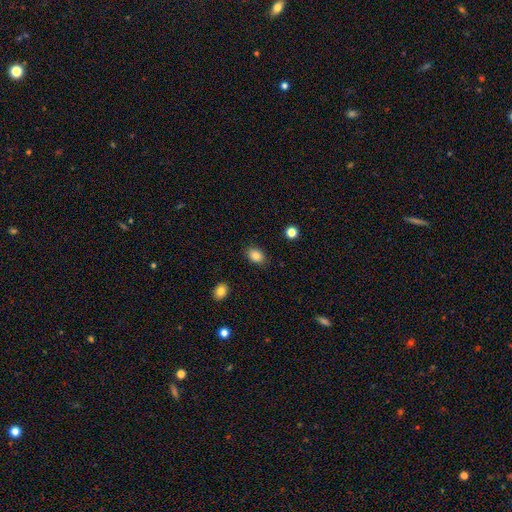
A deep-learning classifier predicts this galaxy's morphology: The model was most divided on "how rounded": in between: 75%, round: 24%, cigar-shaped: 1%. More confident: smooth or featured — smooth (86%); merging — none (85%).